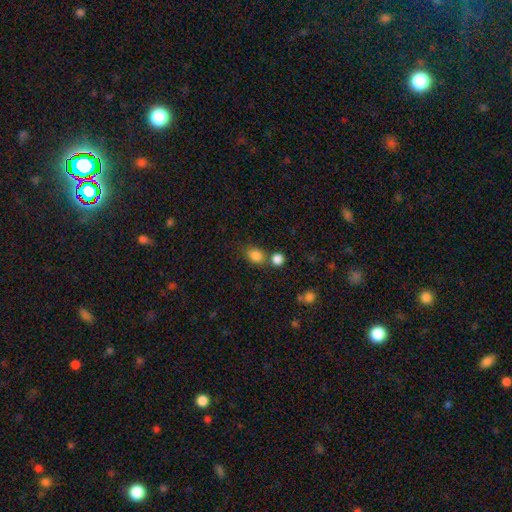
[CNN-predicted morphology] This is clearly a smooth galaxy (83%). How rounded: possibly in between (54%). Merging: possibly none (56%).